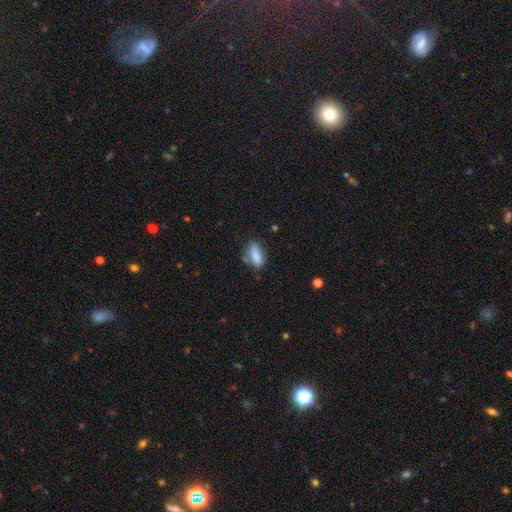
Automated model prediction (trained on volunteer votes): Smooth or featured? Predicted: smooth (p=0.83). How rounded? Predicted: in between (p=0.73). Merging? Predicted: none (p=0.65).